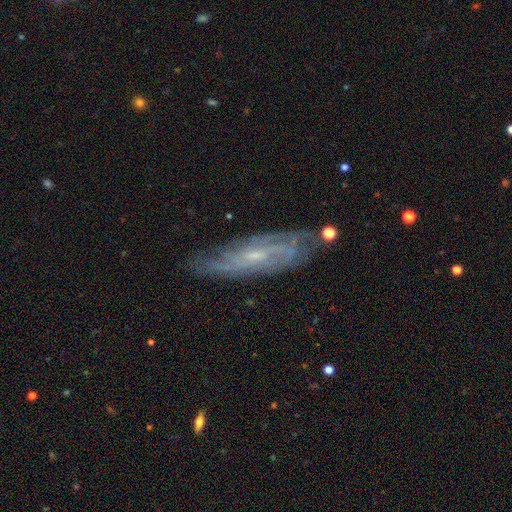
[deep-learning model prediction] smooth_or_featured: featured or disk (p=0.75) [alt: smooth p=0.17]
disk_edge_on: no (p=0.69) [alt: yes p=0.31]
bar: no (p=0.49) [alt: weak p=0.40]
has_spiral_arms: yes (p=0.86) [alt: no p=0.14]
bulge_size: small (p=0.73) [alt: moderate p=0.20]
merging: none (p=0.73) [alt: minor disturbance p=0.19]